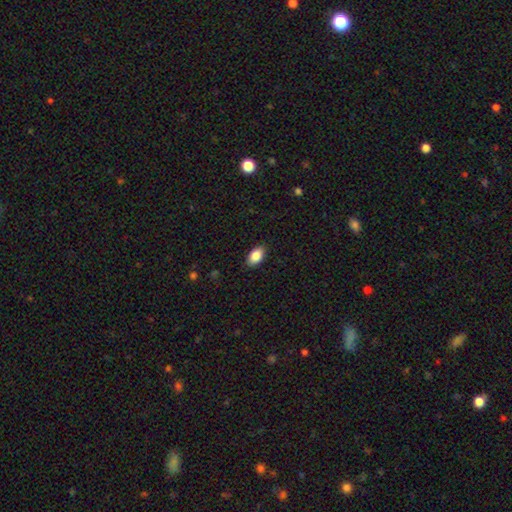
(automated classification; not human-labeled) Q: Smooth or featured?
A: smooth (87%); runner-up: star or artifact (7%)
Q: How rounded?
A: in between (92%); runner-up: round (6%)
Q: Merging?
A: none (88%); runner-up: minor disturbance (9%)